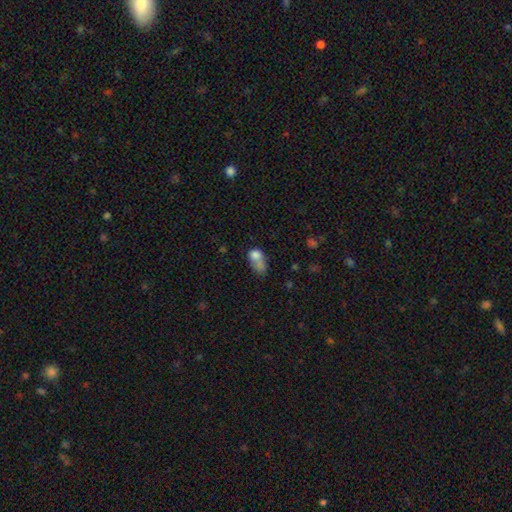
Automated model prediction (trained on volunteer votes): A smooth galaxy with no disk features (72%) that is in between round and cigar-shaped (64%).

Vote fractions:
- Smooth or featured? smooth: 72% / featured or disk: 16% / star or artifact: 12%
- How rounded? in between: 64% / round: 33% / cigar-shaped: 3%
- Merging? merger: 48% / none: 19% / major disturbance: 17% / minor disturbance: 15%